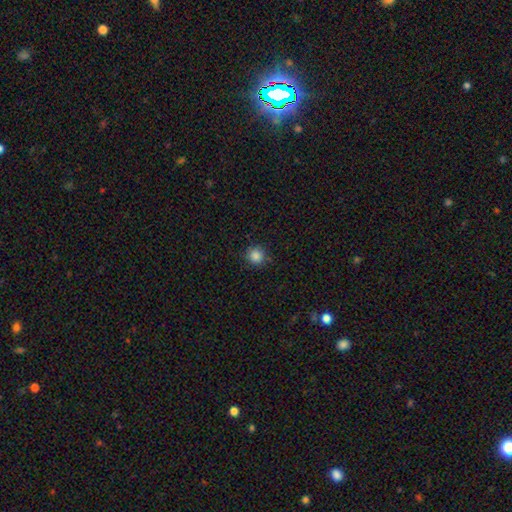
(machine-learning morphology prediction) smooth-or-featured: smooth: 85% | star or artifact: 11% | featured or disk: 4%
  how-rounded: round: 94% | in between: 5% | cigar-shaped: 1%
  merging: none: 87% | minor disturbance: 9% | major disturbance: 3% | merger: 1%